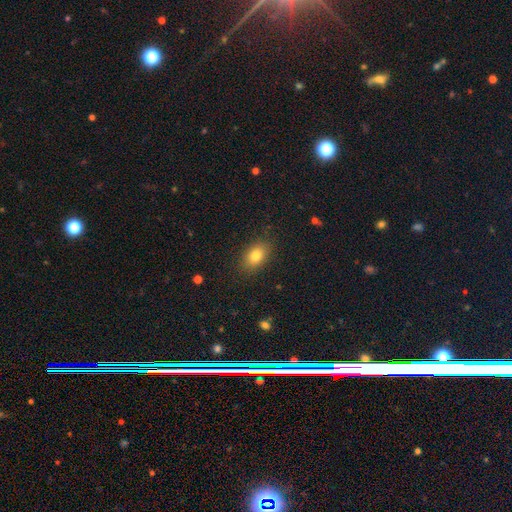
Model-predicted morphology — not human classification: Overall: smooth (82%). How rounded: in between (87%). Merging: none (86%).